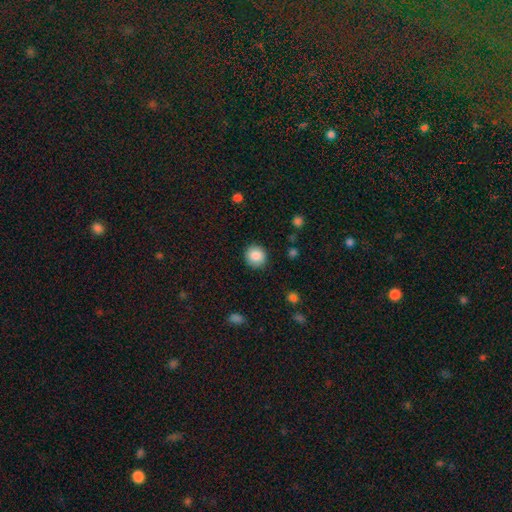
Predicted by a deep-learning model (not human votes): The model was most divided on "how rounded": round: 87%, in between: 13%, cigar-shaped: 1%. More confident: merging — none (88%); smooth or featured — smooth (87%).